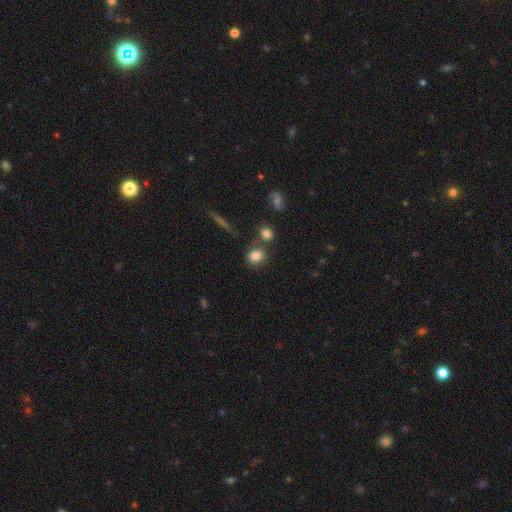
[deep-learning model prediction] Smooth or featured: smooth — 82% (star or artifact — 10%)
How rounded: round — 55% (in between — 43%)
Merging: none — 67% (merger — 17%)